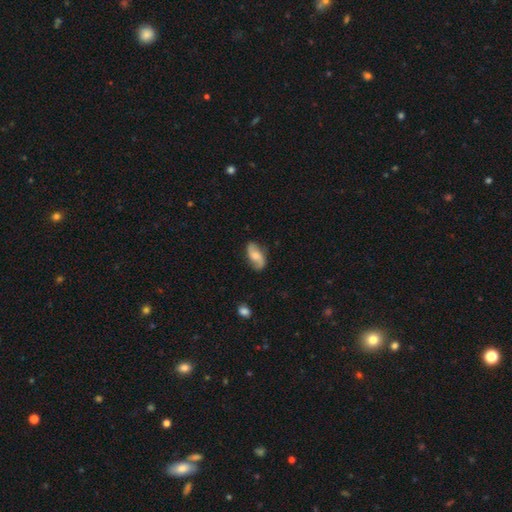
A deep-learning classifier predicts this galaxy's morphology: type=featured or disk (58%); edge-on=no (94%); bar=no (56%); spiral arms=yes (91%); bulge=moderate (48%); merging=none (77%).